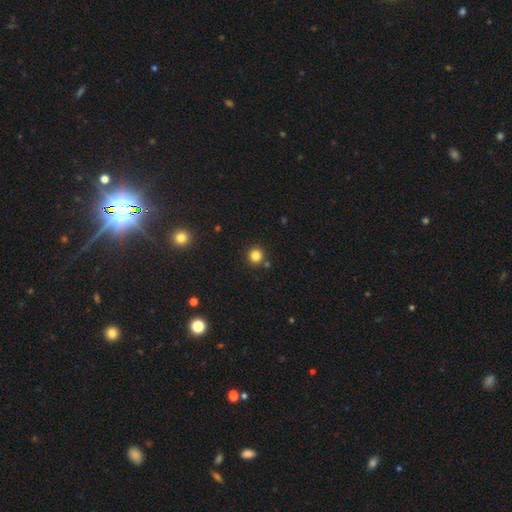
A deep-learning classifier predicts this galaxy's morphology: Overall: smooth (82%). How rounded: round (94%). Merging: none (87%).